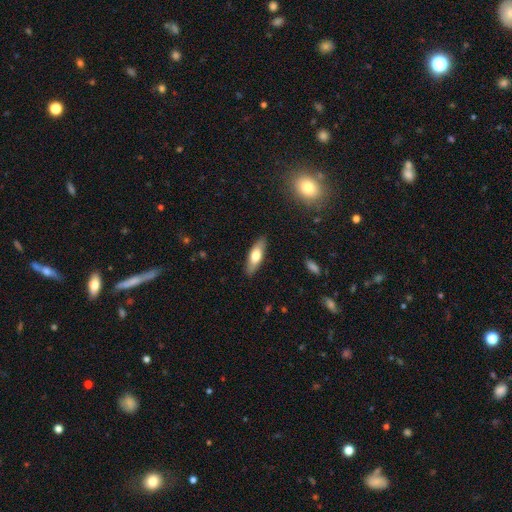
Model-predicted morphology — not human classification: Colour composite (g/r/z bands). It shows a smooth galaxy with no disk features (66%) that is in between round and cigar-shaped (58%). Merging: none (87%).